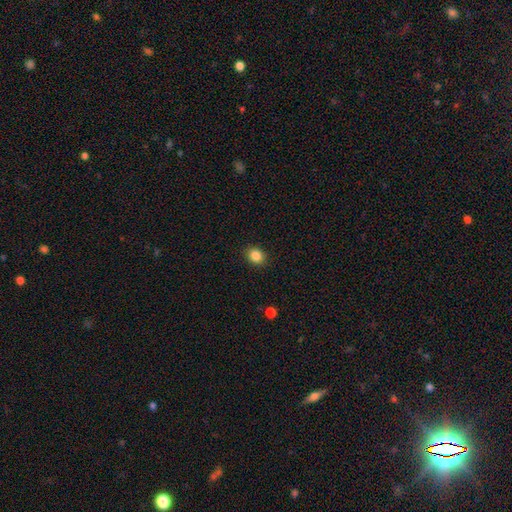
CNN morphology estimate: Smooth or featured: smooth — 86% (star or artifact — 10%)
How rounded: round — 60% (in between — 40%)
Merging: none — 90% (minor disturbance — 7%)